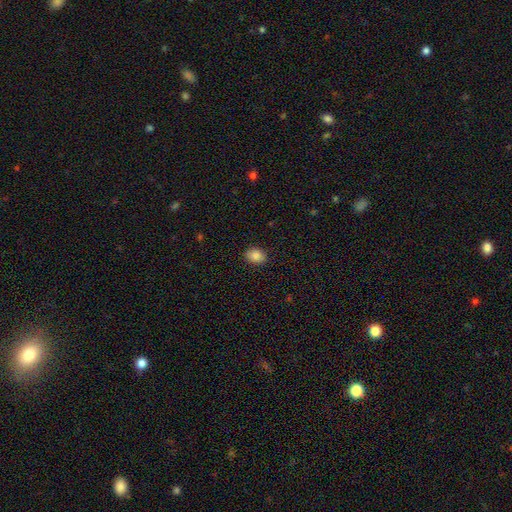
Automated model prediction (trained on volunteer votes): Overall: smooth (86%). How rounded: in between (64%; round 35%). Merging: none (88%).